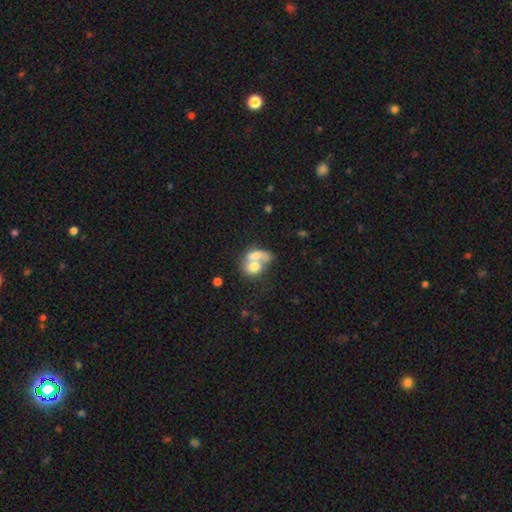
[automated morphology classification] Smooth or featured?
  - smooth: 65% *
  - featured or disk: 27%
  - star or artifact: 8%
How rounded?
  - in between: 64% *
  - round: 33%
  - cigar-shaped: 3%
Merging?
  - merger: 74% *
  - none: 13%
  - major disturbance: 7%
  - minor disturbance: 6%